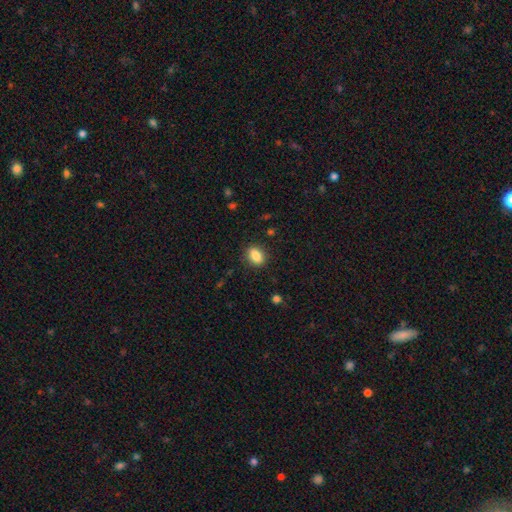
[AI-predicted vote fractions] Smooth or featured? smooth (85%)
How rounded? in between (76%)
Merging? none (86%)